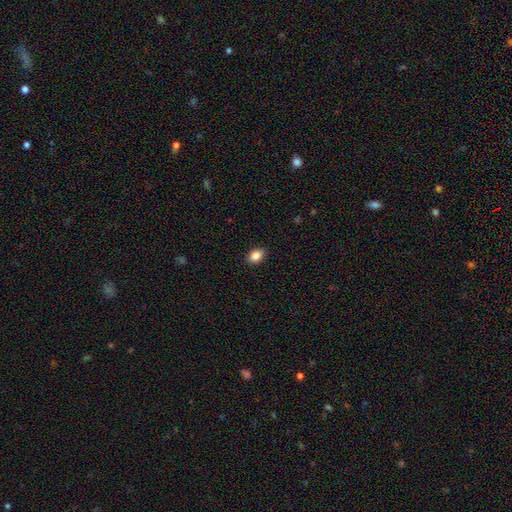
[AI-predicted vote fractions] Smooth or featured? smooth (87%)
How rounded? in between (80%)
Merging? none (89%)